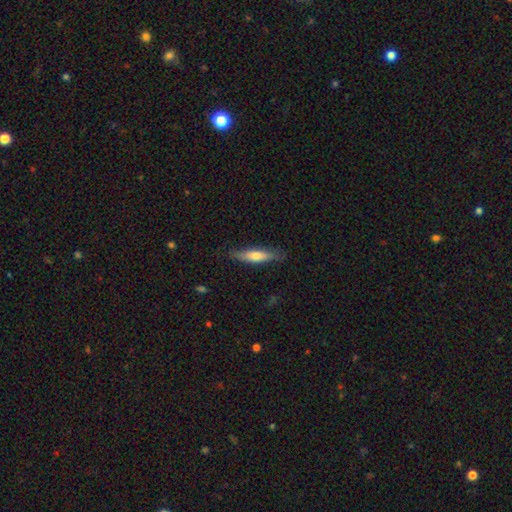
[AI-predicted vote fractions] Morphology: type=smooth (61%); roundness=cigar-shaped (79%); merging=none (82%).